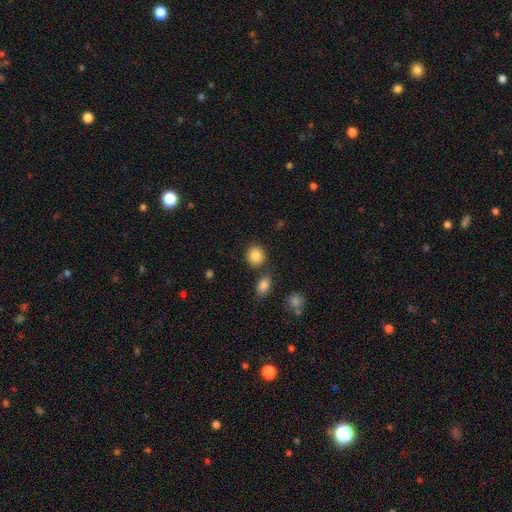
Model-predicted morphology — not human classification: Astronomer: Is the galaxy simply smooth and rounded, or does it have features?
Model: smooth — 87%.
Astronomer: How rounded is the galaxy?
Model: round — 82%.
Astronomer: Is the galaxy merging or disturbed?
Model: none — 78%.